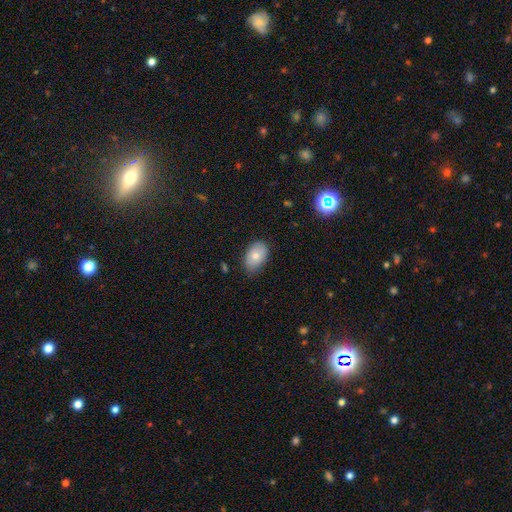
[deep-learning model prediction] Smooth or featured?
  - smooth: 76% *
  - featured or disk: 16%
  - star or artifact: 8%
How rounded?
  - in between: 87% *
  - round: 12%
  - cigar-shaped: 1%
Merging?
  - none: 75% *
  - minor disturbance: 21%
  - major disturbance: 3%
  - merger: 1%